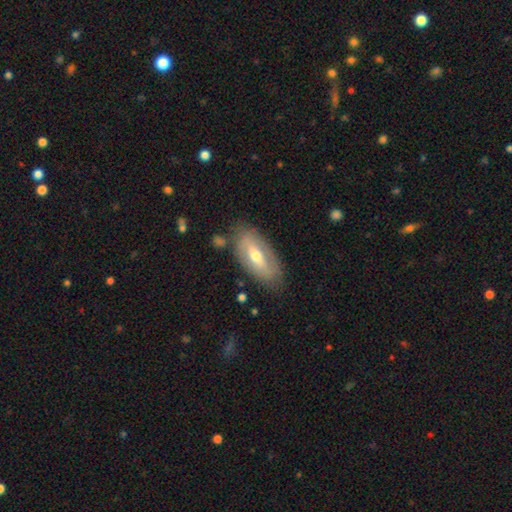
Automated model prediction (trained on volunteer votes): This appears to be a featured or disk galaxy (54%). Merging: none (78%).